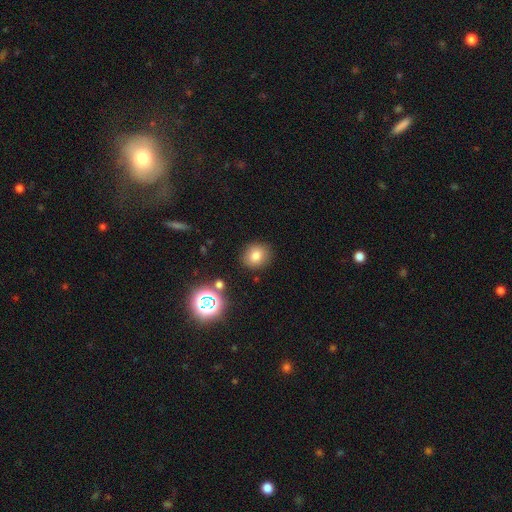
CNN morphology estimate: Overall: smooth (78%). How rounded: round (72%). Merging: none (85%).